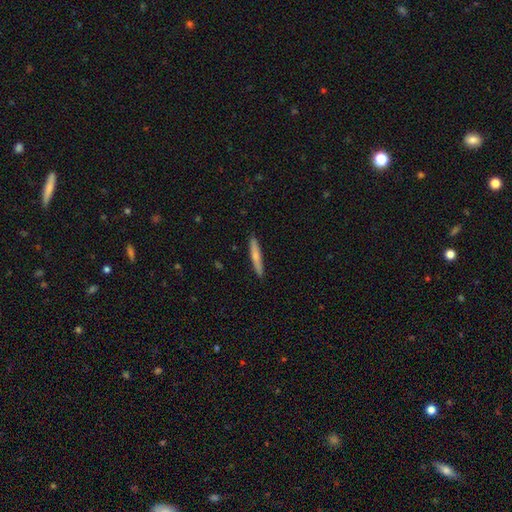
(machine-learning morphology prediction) Overall: smooth (65%; featured or disk 29%). How rounded: cigar-shaped (94%). Merging: none (90%).